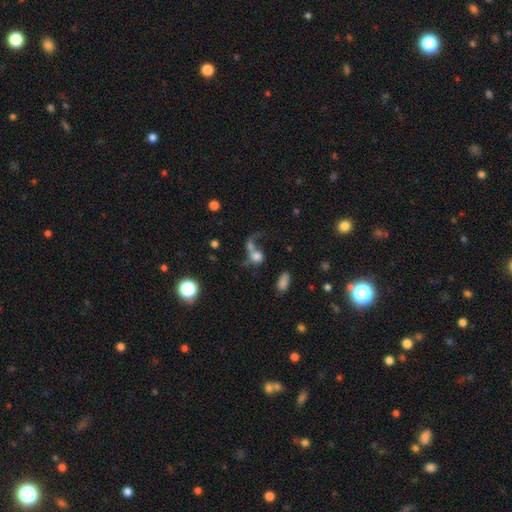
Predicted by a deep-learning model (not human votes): Smooth or featured? Predicted: smooth (p=0.57). How rounded? Predicted: round (p=0.59). Merging? Predicted: merger (p=0.48).